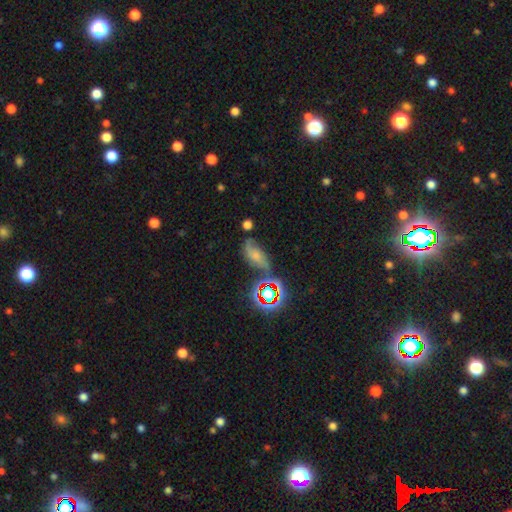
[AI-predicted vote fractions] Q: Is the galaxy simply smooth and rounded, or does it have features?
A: featured or disk — 47%.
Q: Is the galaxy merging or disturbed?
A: none — 48%.